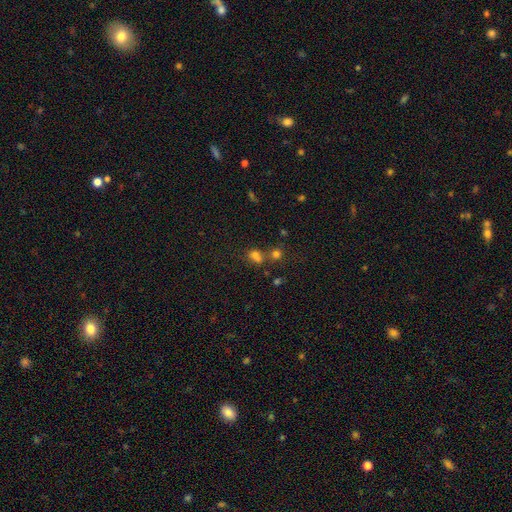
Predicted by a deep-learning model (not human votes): A smooth galaxy with no disk features (69%) that is in between round and cigar-shaped (50%). Merging: none (42%, tied with merger).